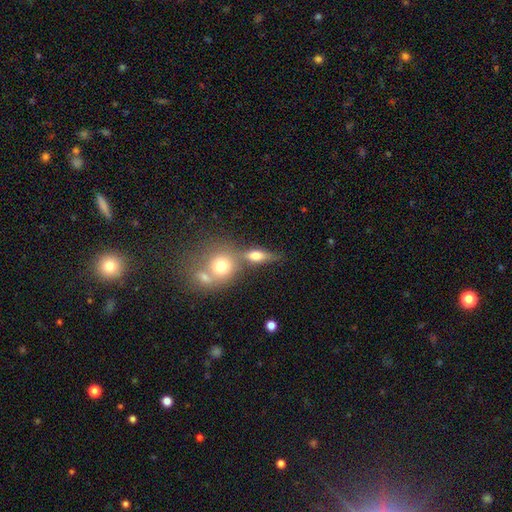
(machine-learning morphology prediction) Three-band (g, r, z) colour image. It shows a smooth galaxy with no disk features (63%) that is in between round and cigar-shaped (55%). Merging: none (50%).